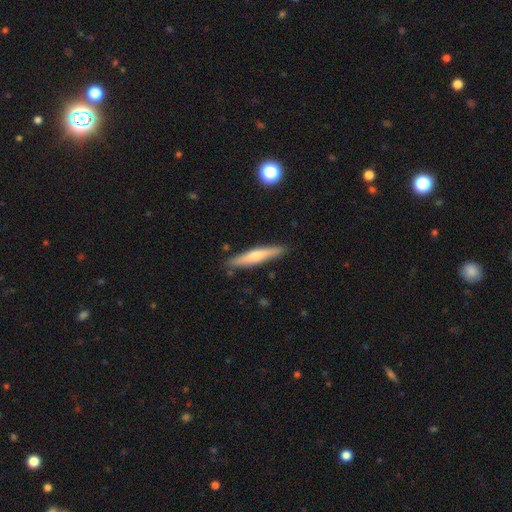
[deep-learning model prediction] Smooth or featured? Predicted: smooth (p=0.57). How rounded? Predicted: cigar-shaped (p=0.89). Merging? Predicted: none (p=0.87).